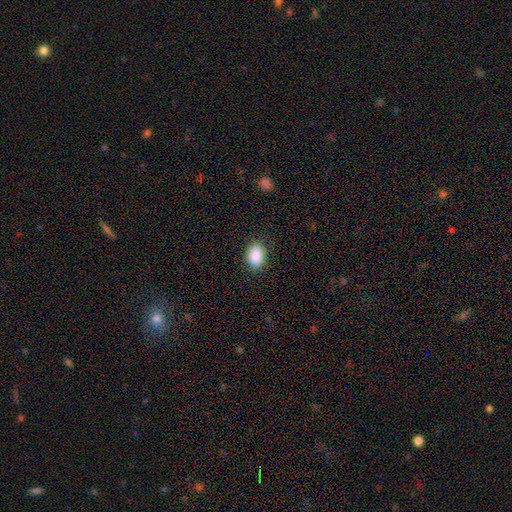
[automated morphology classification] Smooth or featured? Predicted: smooth (p=0.90). How rounded? Predicted: in between (p=0.83). Merging? Predicted: none (p=0.88).